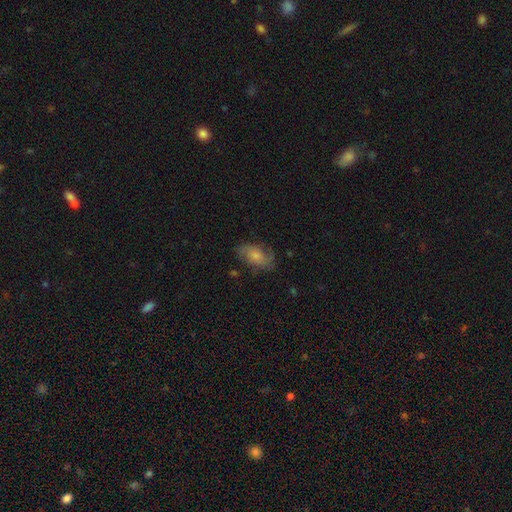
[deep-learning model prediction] The model was most divided on "smooth or featured": smooth: 51%, featured or disk: 41%, star or artifact: 8%. More confident: how rounded — in between (89%); merging — none (68%).